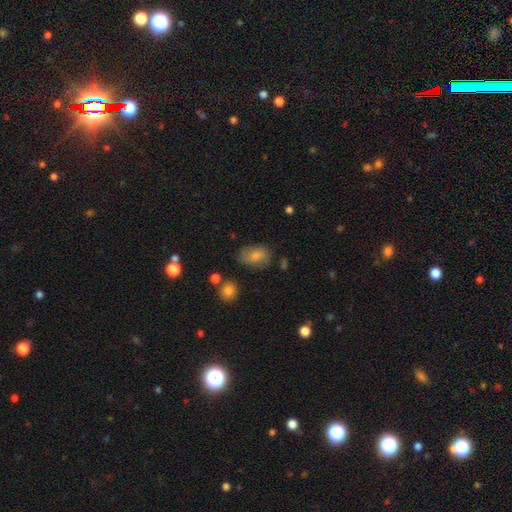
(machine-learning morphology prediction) Smooth or featured: smooth — 75% (featured or disk — 16%)
How rounded: in between — 82% (round — 16%)
Merging: none — 70% (minor disturbance — 21%)